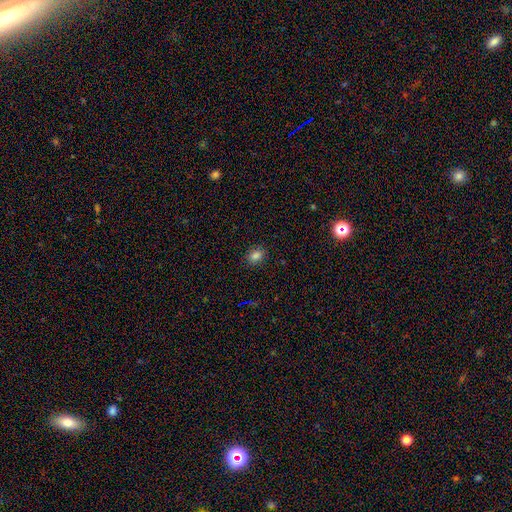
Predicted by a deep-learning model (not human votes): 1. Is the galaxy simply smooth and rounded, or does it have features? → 82% smooth, 13% star or artifact, 5% featured or disk.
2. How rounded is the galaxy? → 58% in between, 40% round, 1% cigar-shaped.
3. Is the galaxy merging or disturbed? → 88% none, 9% minor disturbance, 2% major disturbance, 1% merger.